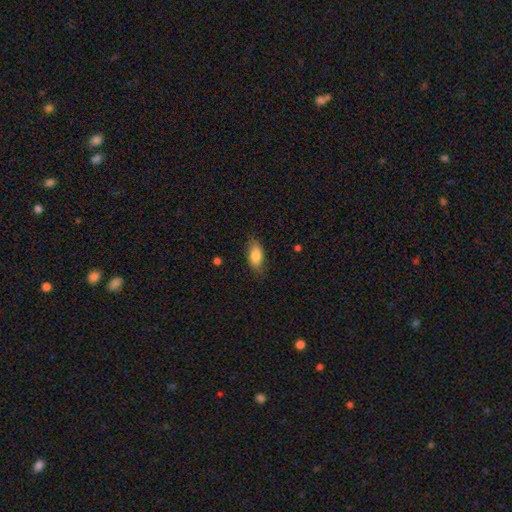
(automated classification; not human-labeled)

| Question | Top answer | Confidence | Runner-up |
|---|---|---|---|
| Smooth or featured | smooth | 82% | featured or disk (12%) |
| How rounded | in between | 86% | cigar-shaped (11%) |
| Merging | none | 79% | minor disturbance (17%) |